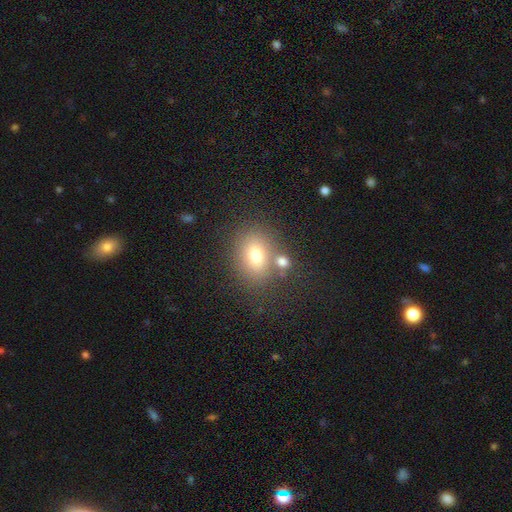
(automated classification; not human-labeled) Morphology: type=smooth (71%); roundness=in between (56%); merging=none (64%).